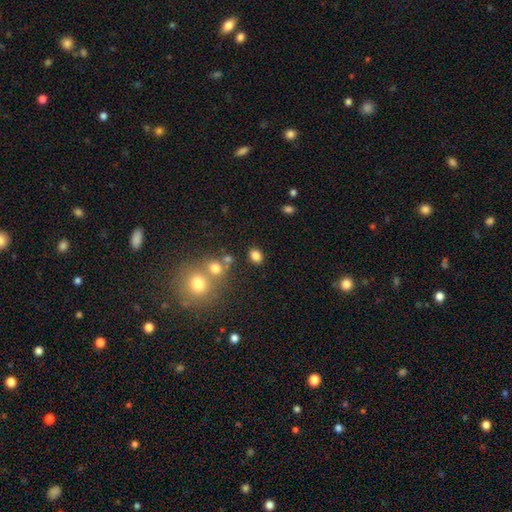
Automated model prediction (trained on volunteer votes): A smooth galaxy with no disk features (81%) that is in between round and cigar-shaped (60%).

Vote fractions:
- Smooth or featured? smooth: 81% / star or artifact: 13% / featured or disk: 6%
- How rounded? in between: 60% / round: 38% / cigar-shaped: 1%
- Merging? none: 79% / minor disturbance: 10% / merger: 7% / major disturbance: 4%